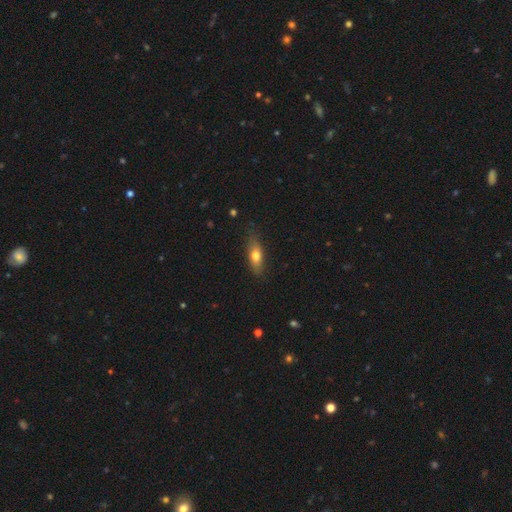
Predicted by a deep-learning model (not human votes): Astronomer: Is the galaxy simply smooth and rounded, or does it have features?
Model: smooth — 71%.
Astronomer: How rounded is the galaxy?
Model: in between — 62%.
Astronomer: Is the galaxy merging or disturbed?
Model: none — 79%.